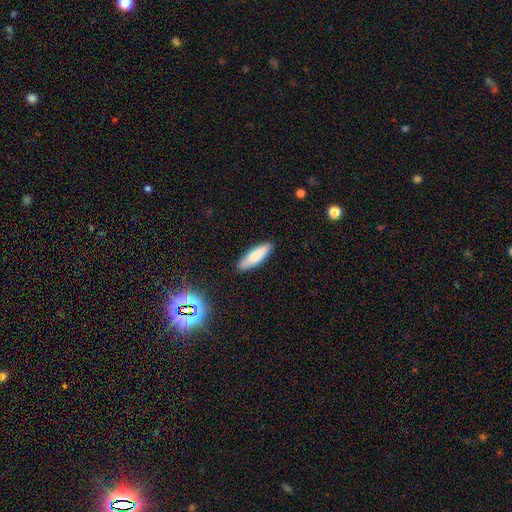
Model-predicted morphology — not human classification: Overall: smooth (82%). How rounded: cigar-shaped (55%; in between 43%). Merging: none (88%).